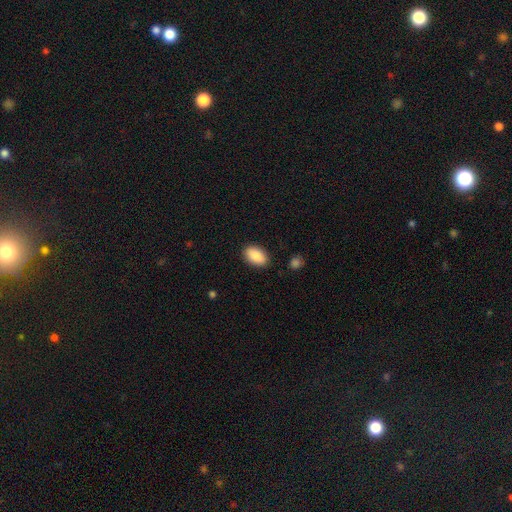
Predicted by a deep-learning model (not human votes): Smooth or featured?
  - smooth: 88% *
  - star or artifact: 7%
  - featured or disk: 5%
How rounded?
  - in between: 93% *
  - round: 6%
  - cigar-shaped: 2%
Merging?
  - none: 87% *
  - minor disturbance: 9%
  - major disturbance: 2%
  - merger: 1%